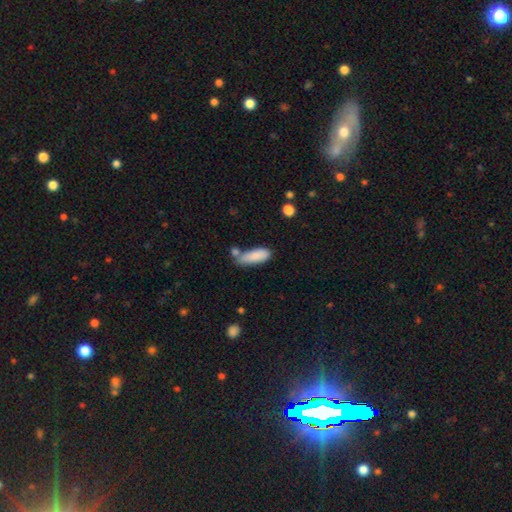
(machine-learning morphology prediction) This appears to be a smooth galaxy with no disk features (85%) that is in between round and cigar-shaped (64%). Merging: none (50%).